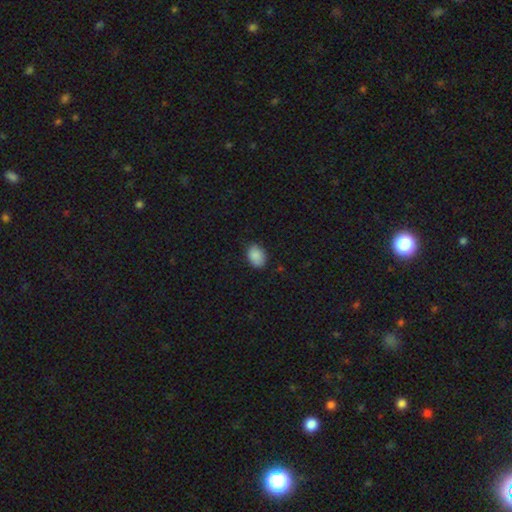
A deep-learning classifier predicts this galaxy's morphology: A smooth galaxy with no disk features (88%) that is in between round and cigar-shaped (78%).

Vote fractions:
- Smooth or featured? smooth: 88% / star or artifact: 8% / featured or disk: 4%
- How rounded? in between: 78% / round: 21% / cigar-shaped: 1%
- Merging? none: 76% / minor disturbance: 20% / major disturbance: 3% / merger: 1%